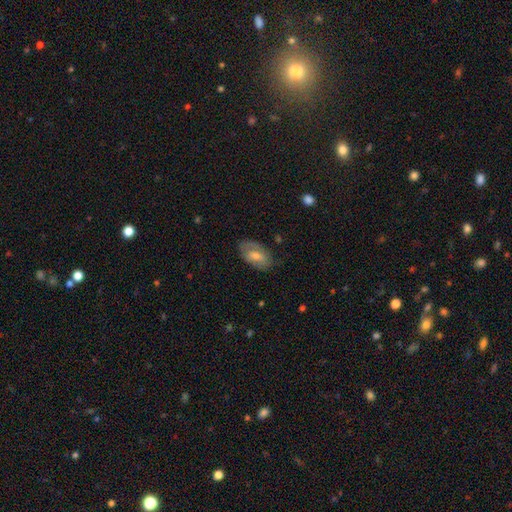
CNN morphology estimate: featured or disk 48%, smooth 44%, star or artifact 8%. Down the decision tree: merging — none (74%).